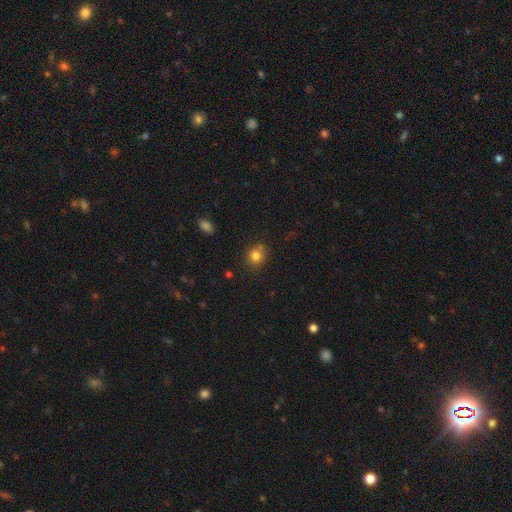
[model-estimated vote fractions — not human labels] Morphology: type=smooth (81%); roundness=round (79%); merging=none (76%).